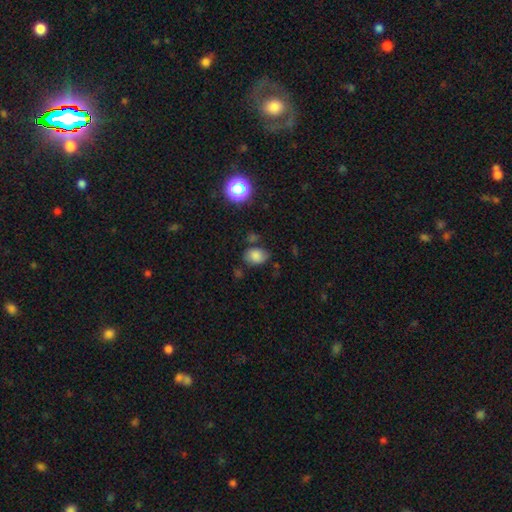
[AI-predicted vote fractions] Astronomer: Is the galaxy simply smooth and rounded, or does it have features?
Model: smooth — 78%.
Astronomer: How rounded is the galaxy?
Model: in between — 71%.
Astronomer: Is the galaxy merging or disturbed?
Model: none — 67%.